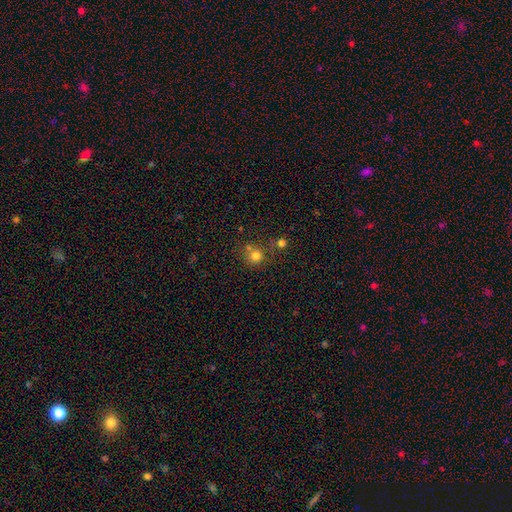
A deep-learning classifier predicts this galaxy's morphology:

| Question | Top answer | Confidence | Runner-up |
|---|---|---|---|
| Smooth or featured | smooth | 76% | star or artifact (16%) |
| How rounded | round | 91% | in between (8%) |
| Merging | none | 65% | merger (21%) |